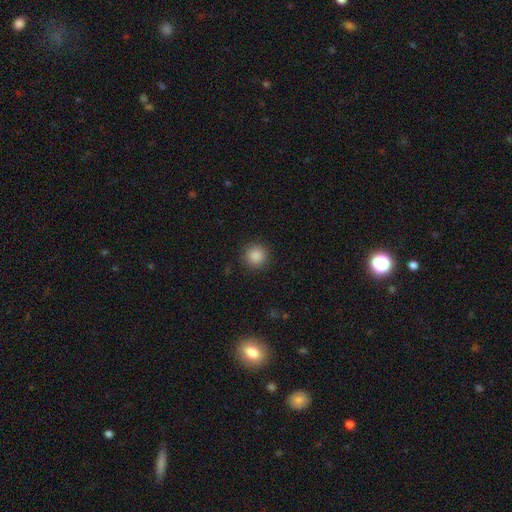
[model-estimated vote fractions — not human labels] Q: Smooth or featured?
A: smooth (87%); runner-up: star or artifact (10%)
Q: How rounded?
A: round (95%); runner-up: in between (4%)
Q: Merging?
A: none (91%); runner-up: minor disturbance (6%)